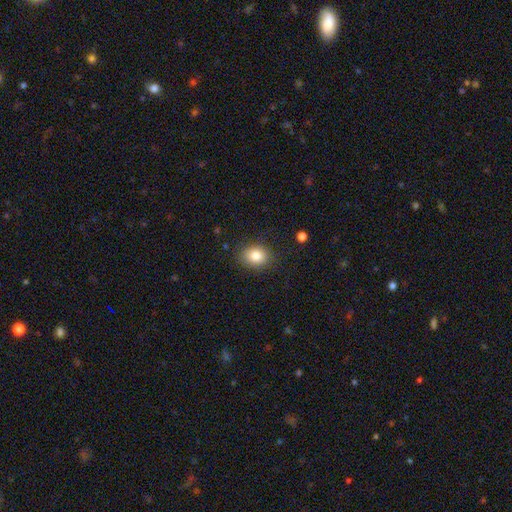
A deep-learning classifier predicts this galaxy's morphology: smooth_or_featured: smooth (p=0.83) [alt: star or artifact p=0.10]
how_rounded: in between (p=0.51) [alt: round p=0.48]
merging: none (p=0.85) [alt: minor disturbance p=0.11]